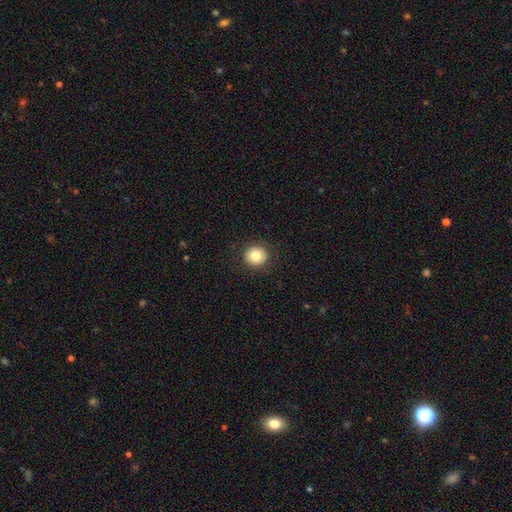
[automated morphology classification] smooth 81%, star or artifact 10%, featured or disk 9%. Down the decision tree: how rounded — round (93%); merging — none (91%).